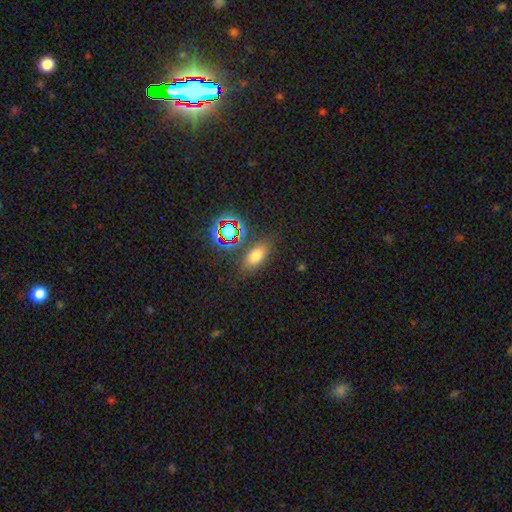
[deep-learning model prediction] Smooth or featured? Predicted: smooth (p=0.67). How rounded? Predicted: in between (p=0.83). Merging? Predicted: none (p=0.79).